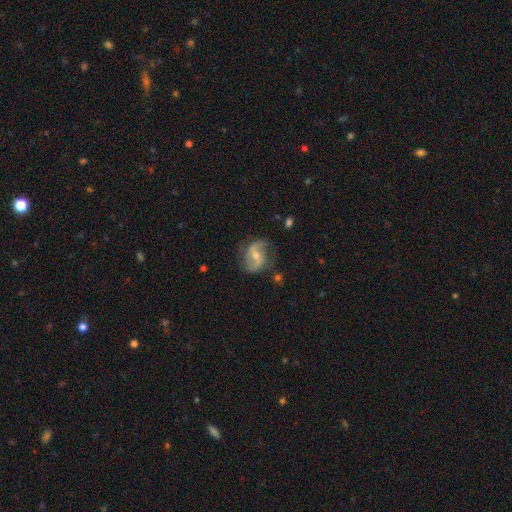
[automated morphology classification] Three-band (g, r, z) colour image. It shows a featured or disk galaxy (76%) with a weak bar (46%), 2 (90%) loose (59%) spiral arms (91%) and a small central bulge (49%). Merging: none (71%).